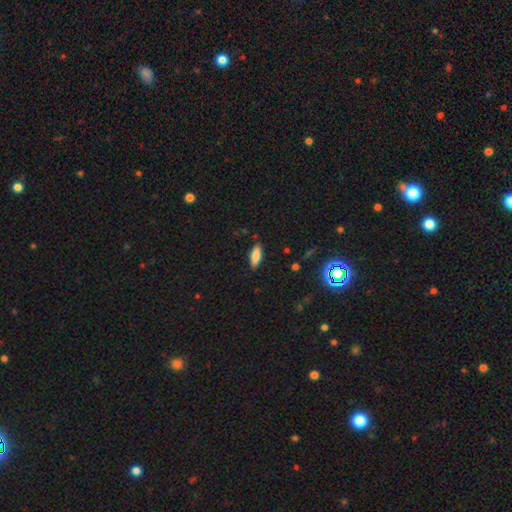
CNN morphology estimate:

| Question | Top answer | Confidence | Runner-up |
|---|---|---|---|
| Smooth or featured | smooth | 77% | featured or disk (15%) |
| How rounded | in between | 64% | cigar-shaped (34%) |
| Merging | none | 85% | minor disturbance (11%) |